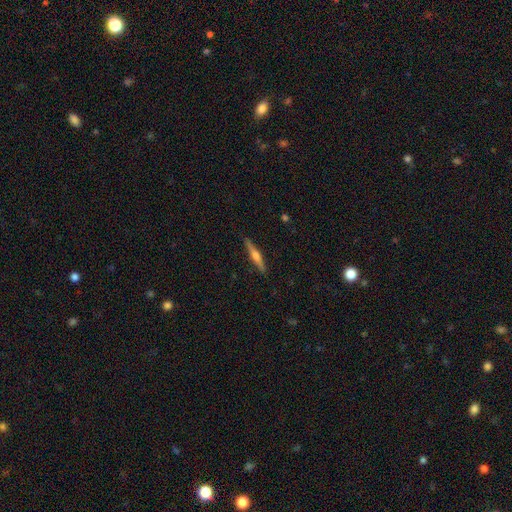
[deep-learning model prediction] smooth-or-featured: featured or disk: 59% | smooth: 35% | star or artifact: 6%
  disk-edge-on: yes: 97% | no: 3%
    edge-on-bulge: rounded: 84% | none: 8% | boxy: 8%
  merging: none: 90% | minor disturbance: 7% | major disturbance: 1% | merger: 1%